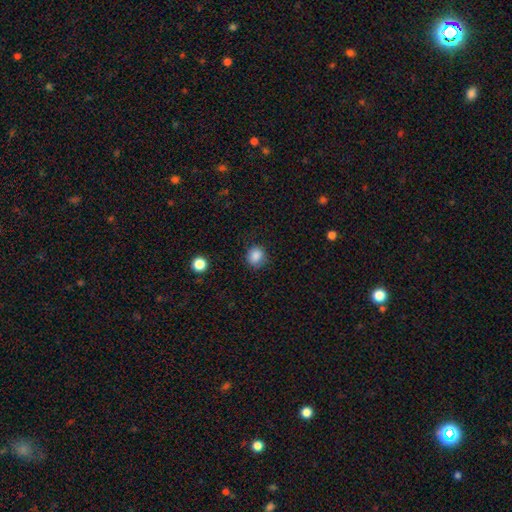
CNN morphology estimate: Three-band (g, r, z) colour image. It shows a smooth galaxy with no disk features (86%) that is round (83%). Merging: none (81%).